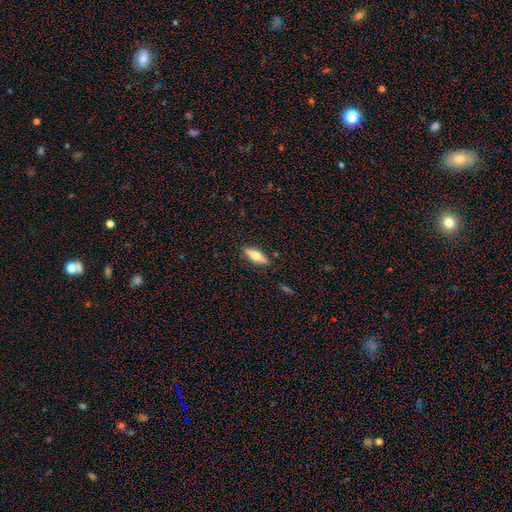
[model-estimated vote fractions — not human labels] Morphology: type=smooth (49%); merging=none (88%).